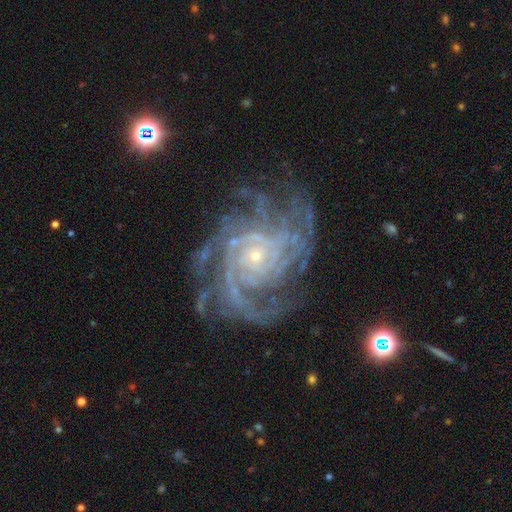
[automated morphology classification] smooth-or-featured: featured or disk: 91% | star or artifact: 6% | smooth: 3%
  disk-edge-on: no: 98% | yes: 2%
    bar: no: 74% | weak: 19% | strong: 7%
    has-spiral-arms: yes: 98% | no: 2%
      spiral-winding: tight: 67% | medium: 28% | loose: 5%
      spiral-arm-count: 4: 23% (tied) | more than 4: 23% (tied) | can't tell: 19% | 3: 15% | 2: 12% | 1: 9%
    bulge-size: small: 83% | moderate: 13% | none: 2% | large: 1% | dominant: 1%
  merging: none: 69% | minor disturbance: 18% | major disturbance: 12% | merger: 2%